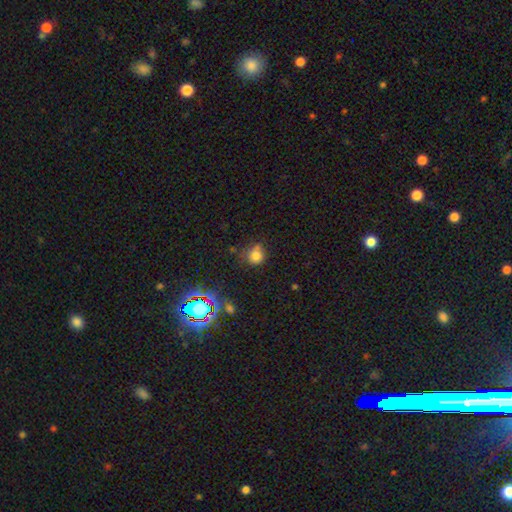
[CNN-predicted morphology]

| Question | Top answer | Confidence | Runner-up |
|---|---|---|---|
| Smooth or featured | smooth | 75% | star or artifact (17%) |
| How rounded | round | 80% | in between (19%) |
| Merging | none | 58% | minor disturbance (25%) |